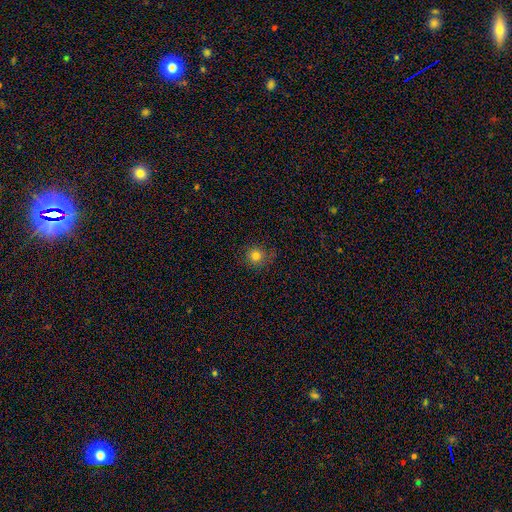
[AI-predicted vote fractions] Q: Smooth or featured?
A: smooth (79%); runner-up: star or artifact (14%)
Q: How rounded?
A: round (88%); runner-up: in between (11%)
Q: Merging?
A: none (78%); runner-up: minor disturbance (16%)